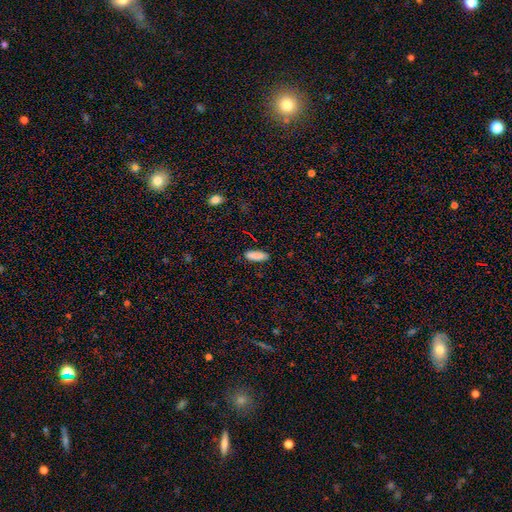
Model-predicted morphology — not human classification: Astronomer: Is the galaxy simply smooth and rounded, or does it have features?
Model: smooth — 88%.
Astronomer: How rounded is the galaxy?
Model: in between — 56% (runner-up: cigar-shaped, 42%).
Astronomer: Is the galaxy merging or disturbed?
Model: none — 87%.